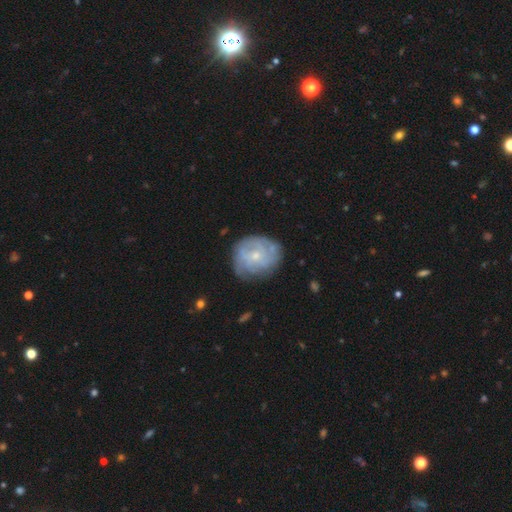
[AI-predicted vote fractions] Smooth or featured? featured or disk (65%)
Edge-on disk? no (97%)
Bar? no (74%)
Spiral arms? yes (77%)
Bulge size? small (71%)
Merging? none (68%)